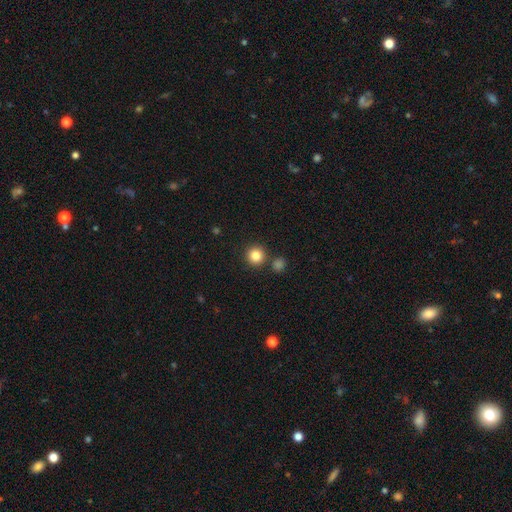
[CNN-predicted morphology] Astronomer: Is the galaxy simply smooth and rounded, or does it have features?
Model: smooth — 84%.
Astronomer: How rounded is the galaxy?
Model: round — 94%.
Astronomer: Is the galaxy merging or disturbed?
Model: none — 84%.